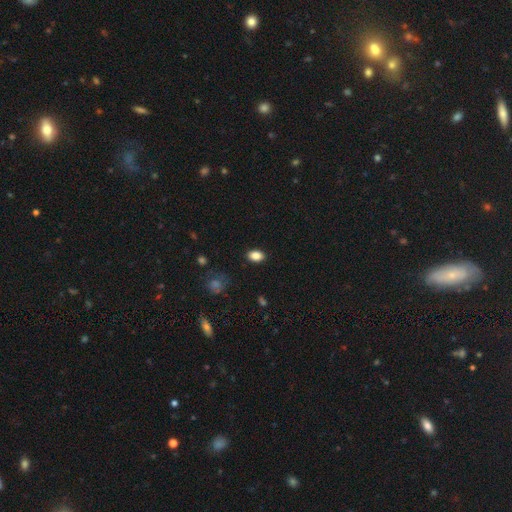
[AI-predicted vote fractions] Overall: smooth (86%). How rounded: in between (86%). Merging: none (88%).